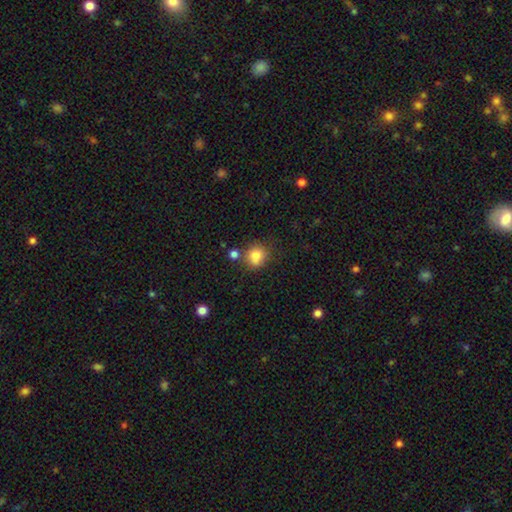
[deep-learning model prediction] Morphology: type=smooth (81%); roundness=round (76%); merging=none (61%).